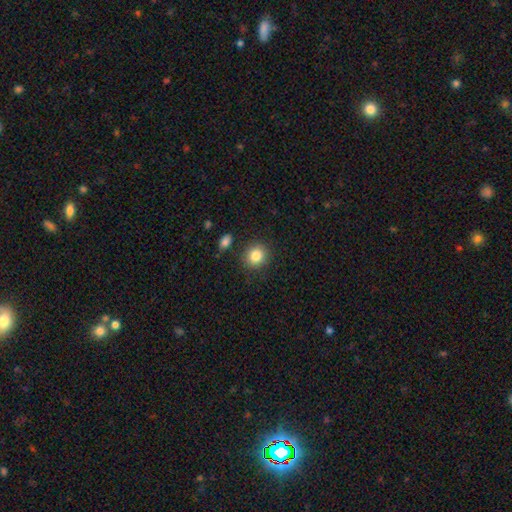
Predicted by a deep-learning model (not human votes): Overall: smooth (83%). How rounded: round (82%). Merging: none (87%).